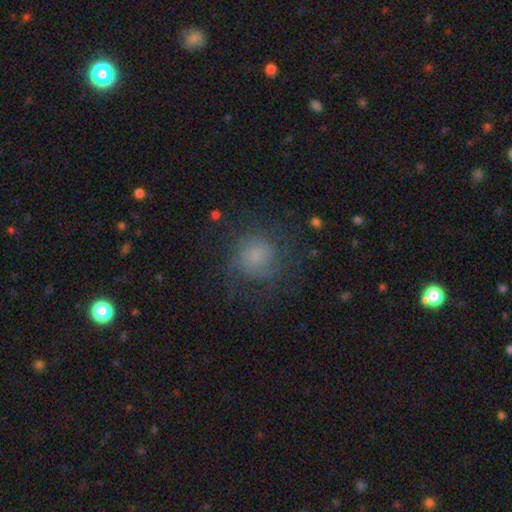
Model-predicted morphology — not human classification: smooth-or-featured: smooth: 53% | featured or disk: 34% | star or artifact: 13%
  how-rounded: round: 87% | in between: 12% | cigar-shaped: 1%
  merging: none: 63% | major disturbance: 18% | minor disturbance: 18% | merger: 1%